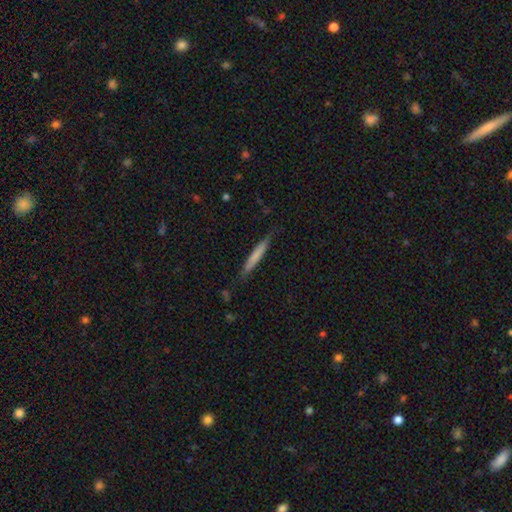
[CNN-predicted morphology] This is likely a smooth galaxy (68%). How rounded: clearly cigar-shaped (95%). Merging: clearly none (82%).